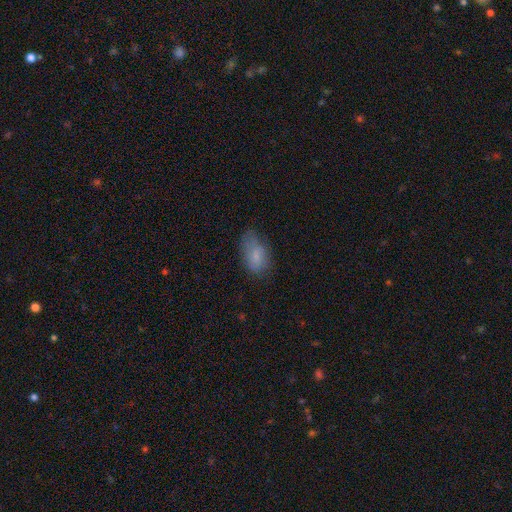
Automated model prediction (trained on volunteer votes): Smooth or featured?
  - smooth: 79% *
  - featured or disk: 13%
  - star or artifact: 8%
How rounded?
  - in between: 92% *
  - round: 6%
  - cigar-shaped: 3%
Merging?
  - none: 58% *
  - minor disturbance: 30%
  - major disturbance: 10%
  - merger: 2%